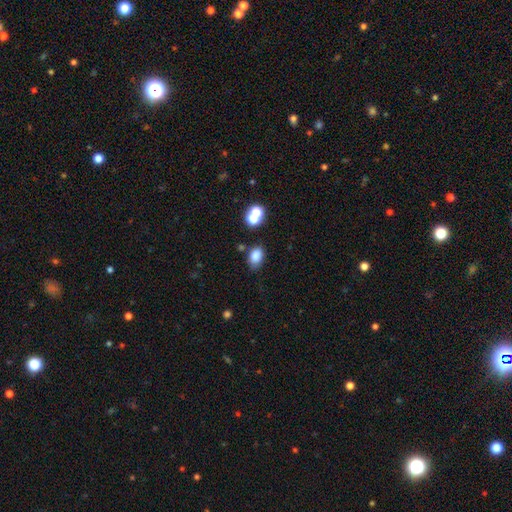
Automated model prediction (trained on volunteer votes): Morphology: type=smooth (82%); roundness=in between (83%); merging=none (68%).